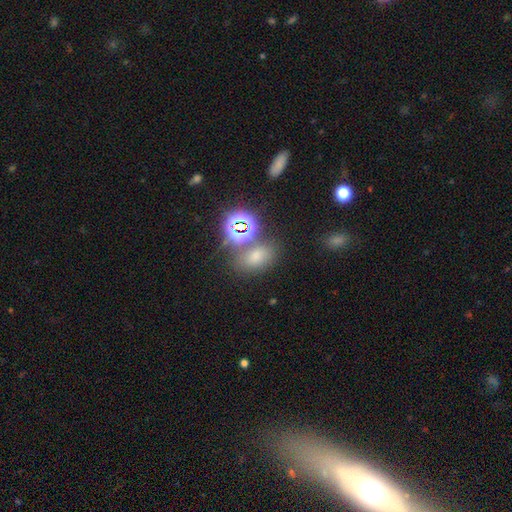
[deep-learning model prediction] smooth-or-featured: smooth: 58% | star or artifact: 32% | featured or disk: 10%
  how-rounded: in between: 72% | round: 27% | cigar-shaped: 2%
  merging: none: 62% | merger: 17% | minor disturbance: 14% | major disturbance: 7%